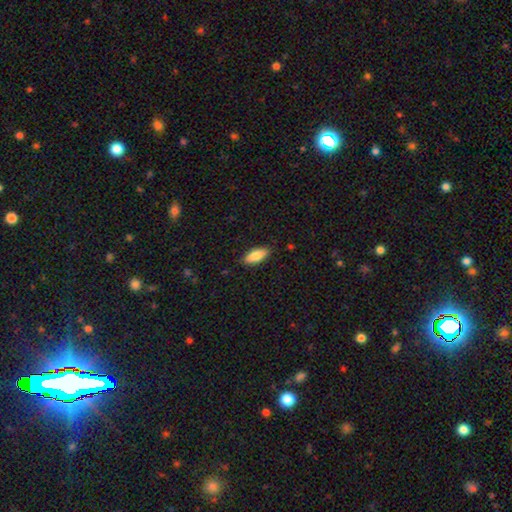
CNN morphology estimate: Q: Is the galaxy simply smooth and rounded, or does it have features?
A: smooth — 84%.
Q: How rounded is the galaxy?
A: in between — 81%.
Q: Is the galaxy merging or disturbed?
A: none — 87%.